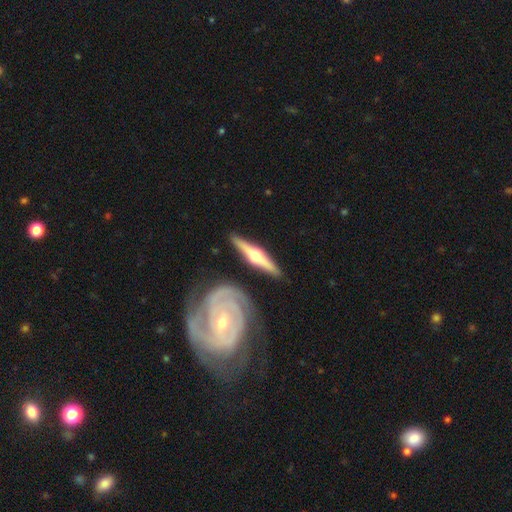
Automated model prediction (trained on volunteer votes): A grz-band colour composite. It shows a featured or disk galaxy (76%) viewed edge-on (96%) with a rounded central bulge (95%). Merging: none (85%).